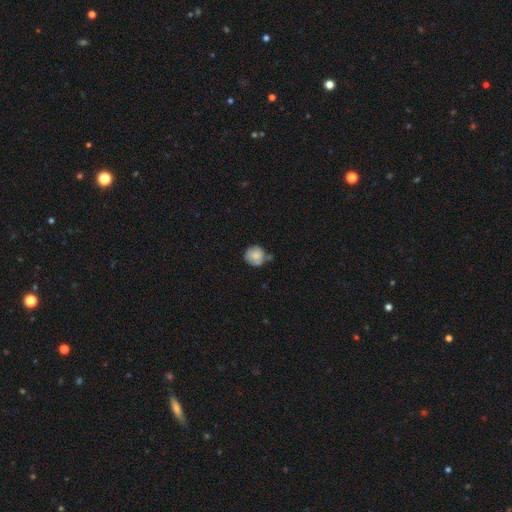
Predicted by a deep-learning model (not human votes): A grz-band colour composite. It shows a smooth galaxy with no disk features (75%) that is round (89%). Merging: none (57%).